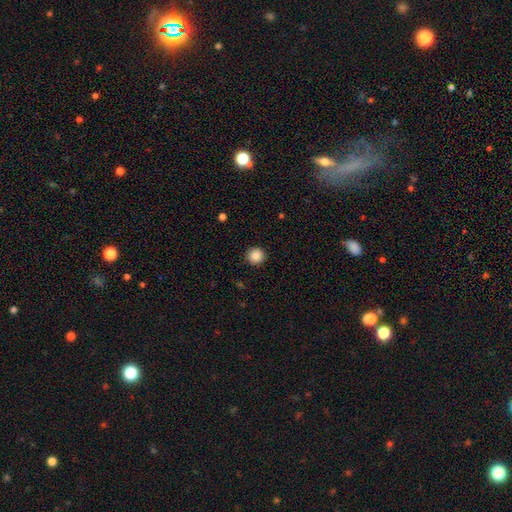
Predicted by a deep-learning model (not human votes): A smooth galaxy with no disk features (87%) that is round (94%).

Vote fractions:
- Smooth or featured? smooth: 87% / star or artifact: 10% / featured or disk: 3%
- How rounded? round: 94% / in between: 5% / cigar-shaped: 1%
- Merging? none: 92% / minor disturbance: 5% / major disturbance: 2% / merger: 1%